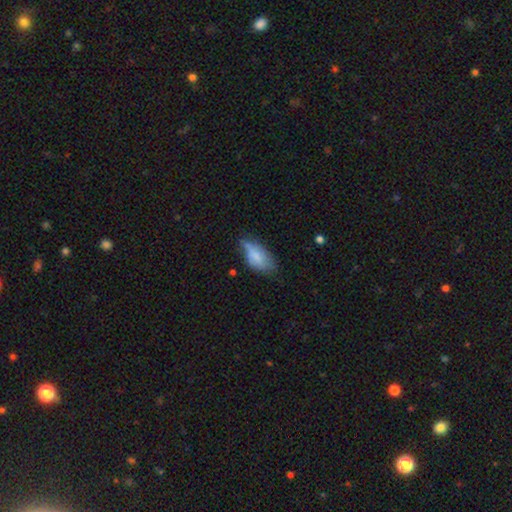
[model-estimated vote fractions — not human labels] A smooth galaxy with no disk features (69%) that is in between round and cigar-shaped (91%). Merging: minor disturbance (43%).